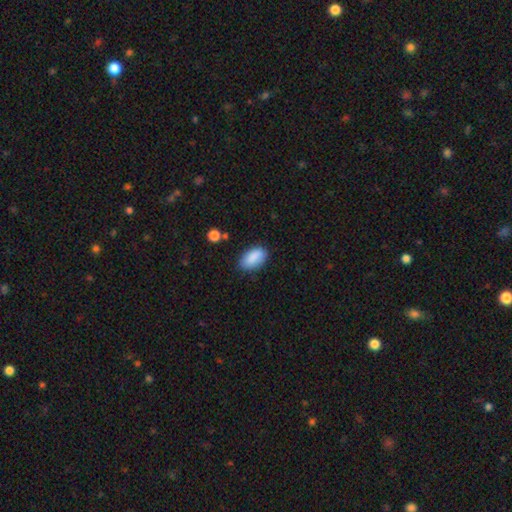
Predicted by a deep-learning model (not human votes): Smooth or featured? smooth (87%)
How rounded? in between (93%)
Merging? none (80%)